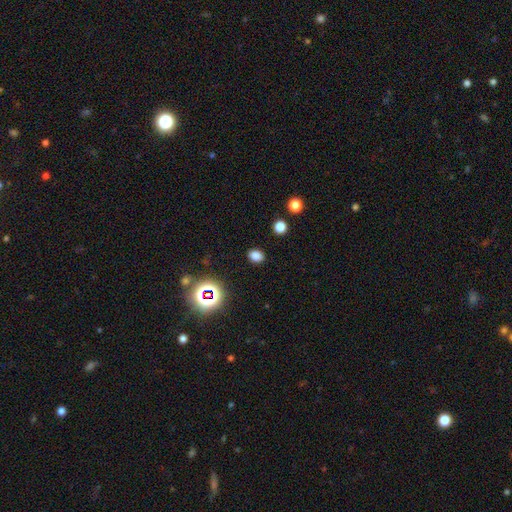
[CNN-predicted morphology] Smooth or featured?
  - smooth: 77% *
  - star or artifact: 18%
  - featured or disk: 5%
How rounded?
  - in between: 64% *
  - round: 35%
  - cigar-shaped: 1%
Merging?
  - none: 88% *
  - minor disturbance: 8%
  - major disturbance: 3%
  - merger: 2%